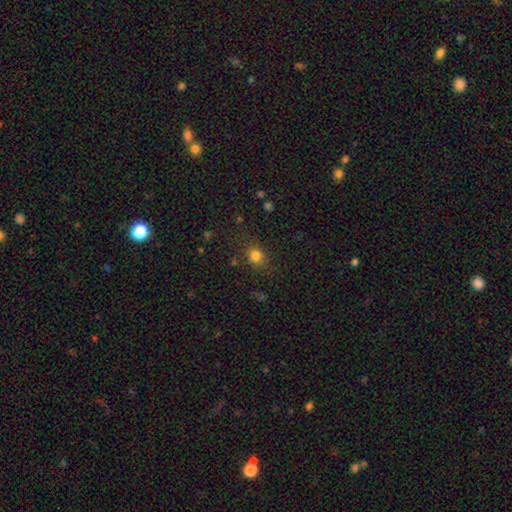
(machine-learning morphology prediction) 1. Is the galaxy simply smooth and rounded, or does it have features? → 80% smooth, 14% star or artifact, 6% featured or disk.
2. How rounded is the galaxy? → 73% round, 26% in between, 1% cigar-shaped.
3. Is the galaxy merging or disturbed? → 81% none, 12% minor disturbance, 5% major disturbance, 2% merger.